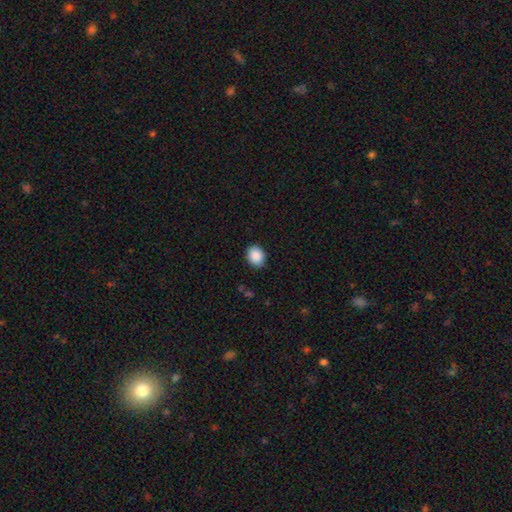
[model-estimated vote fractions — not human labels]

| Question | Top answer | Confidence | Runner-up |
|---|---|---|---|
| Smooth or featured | smooth | 90% | star or artifact (8%) |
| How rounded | round | 50% | in between (49%) |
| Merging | none | 89% | minor disturbance (8%) |